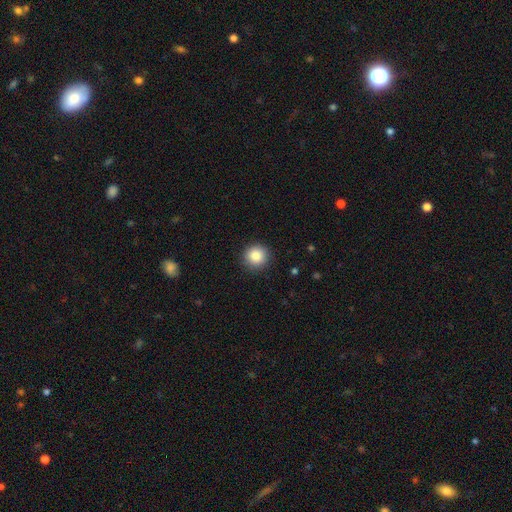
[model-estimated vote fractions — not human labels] smooth 86%, star or artifact 9%, featured or disk 4%. Down the decision tree: how rounded — round (94%); merging — none (91%).